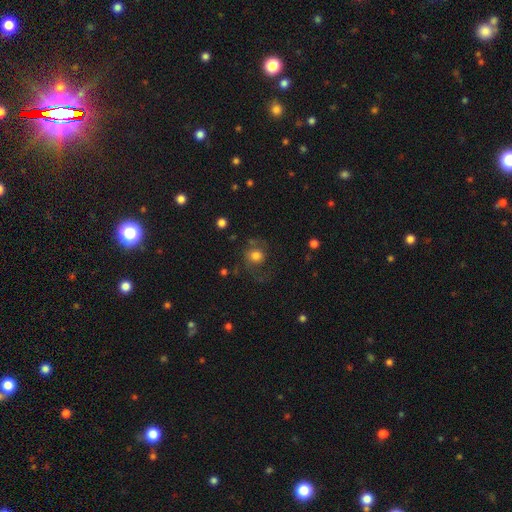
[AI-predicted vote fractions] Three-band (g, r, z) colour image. It shows a smooth galaxy with no disk features (59%) that is round (81%). Merging: none (57%).